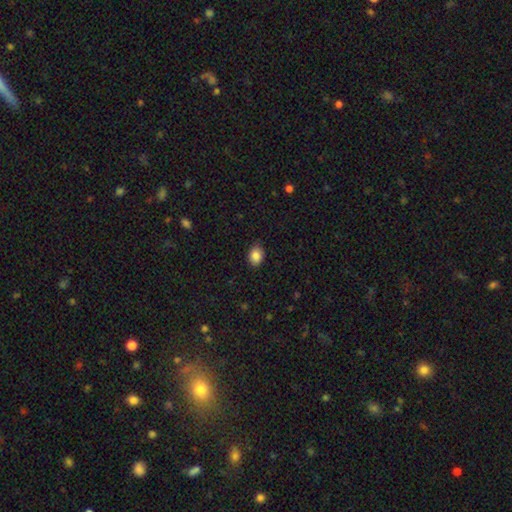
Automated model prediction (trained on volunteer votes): This is clearly a smooth galaxy (87%). How rounded: likely in between (61%). Merging: clearly none (82%).